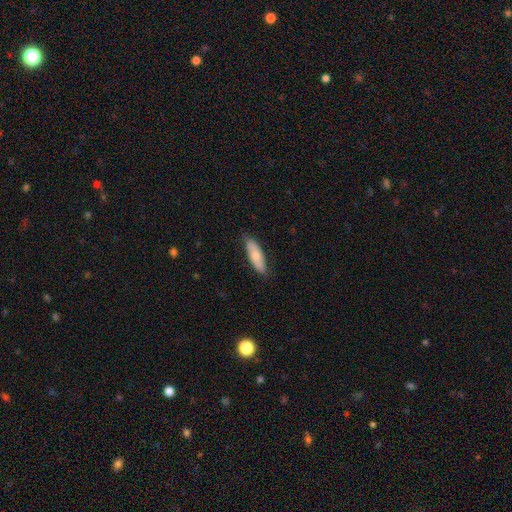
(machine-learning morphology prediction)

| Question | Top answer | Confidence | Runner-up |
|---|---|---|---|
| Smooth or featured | smooth | 70% | featured or disk (25%) |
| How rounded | in between | 61% | cigar-shaped (37%) |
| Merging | none | 81% | minor disturbance (16%) |